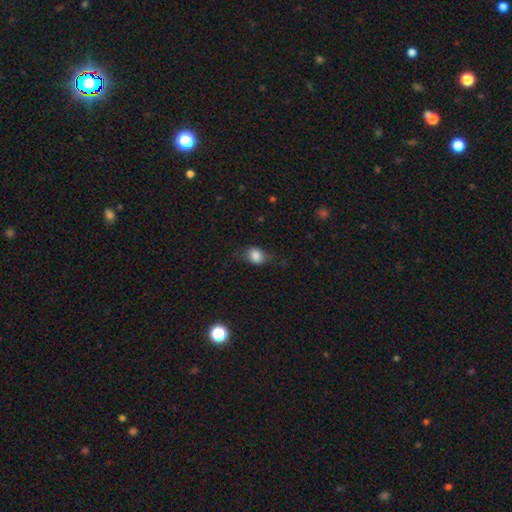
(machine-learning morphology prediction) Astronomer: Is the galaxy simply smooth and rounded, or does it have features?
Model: smooth — 82%.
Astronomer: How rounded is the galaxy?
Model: in between — 53% (runner-up: round, 45%).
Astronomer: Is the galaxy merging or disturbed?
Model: none — 63%.